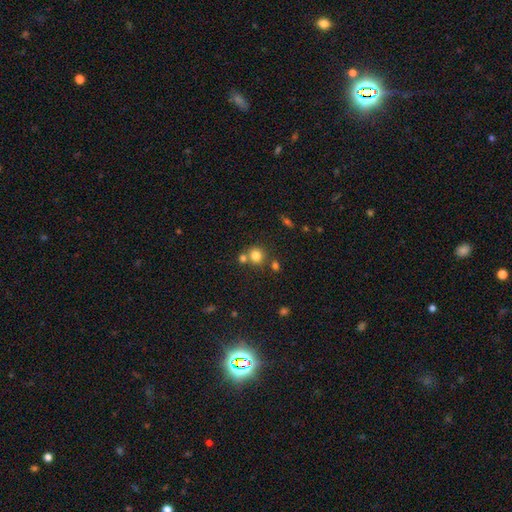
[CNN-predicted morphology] Smooth or featured? Predicted: smooth (p=0.79). How rounded? Predicted: round (p=0.84). Merging? Predicted: none (p=0.61).